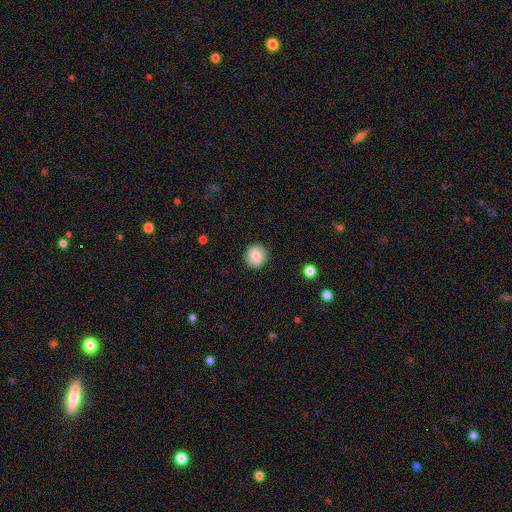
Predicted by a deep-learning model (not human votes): Smooth or featured: smooth — 84% (star or artifact — 8%)
How rounded: round — 89% (in between — 10%)
Merging: none — 91% (minor disturbance — 6%)